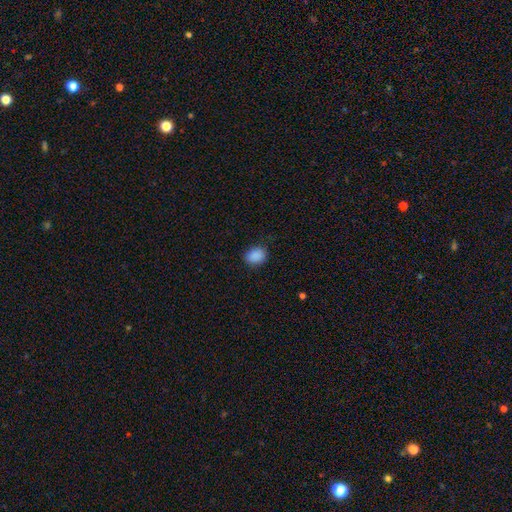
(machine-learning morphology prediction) Overall: smooth (89%). How rounded: in between (57%; round 42%). Merging: none (86%).